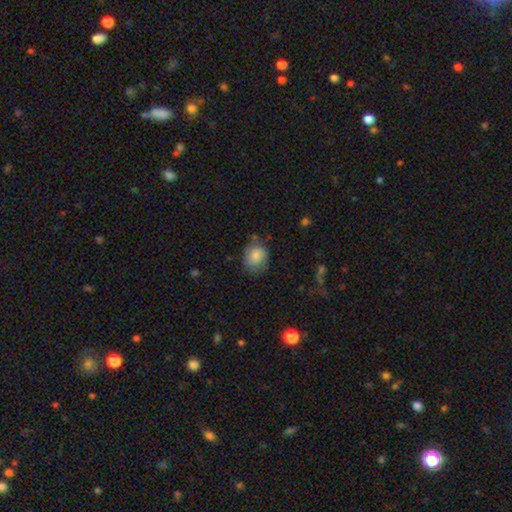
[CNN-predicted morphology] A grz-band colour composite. It shows a smooth galaxy with no disk features (81%) that is round (61%). Merging: none (67%).